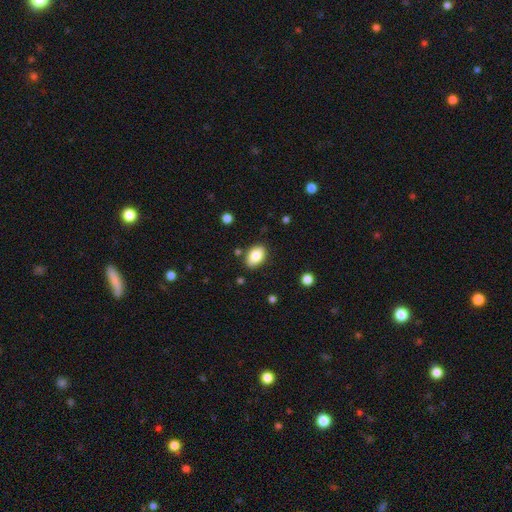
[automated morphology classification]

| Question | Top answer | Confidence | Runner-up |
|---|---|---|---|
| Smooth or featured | smooth | 84% | featured or disk (8%) |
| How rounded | in between | 89% | round (10%) |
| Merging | none | 84% | minor disturbance (11%) |